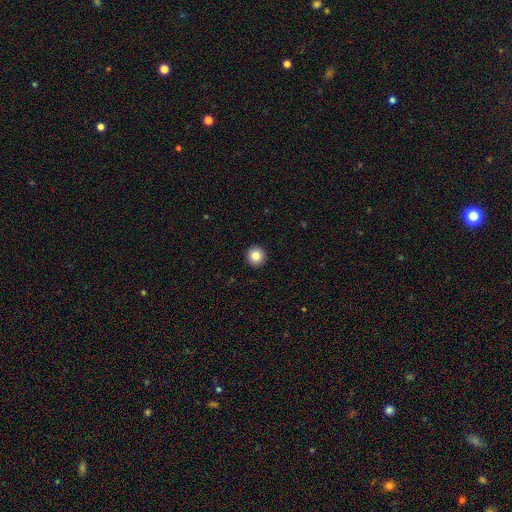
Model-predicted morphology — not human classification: This is clearly a smooth galaxy (85%). How rounded: clearly round (95%). Merging: clearly none (94%).